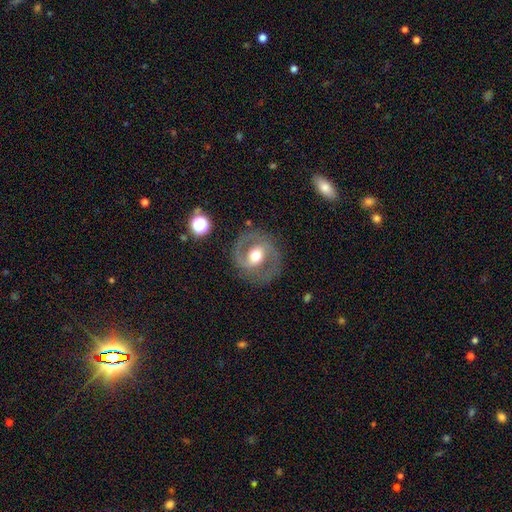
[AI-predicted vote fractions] Smooth or featured? featured or disk (73%)
Edge-on disk? no (97%)
Bar? weak (42%)
Spiral arms? yes (78%)
Spiral winding? medium (51%)
Spiral arm count? 2 (83%)
Bulge size? moderate (68%)
Merging? none (77%)